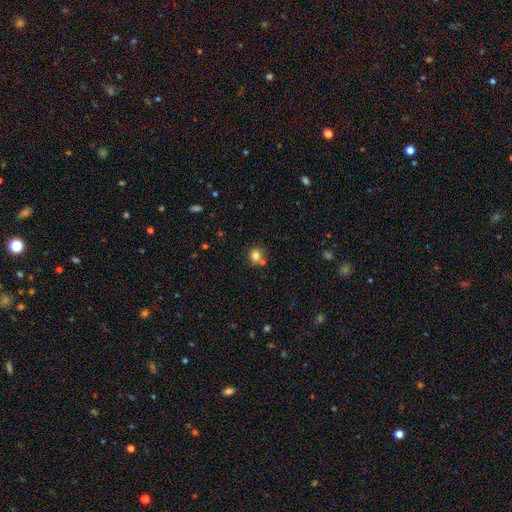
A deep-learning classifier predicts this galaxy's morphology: smooth 80%, star or artifact 12%, featured or disk 8%. Down the decision tree: how rounded — round (81%); merging — none (63%).